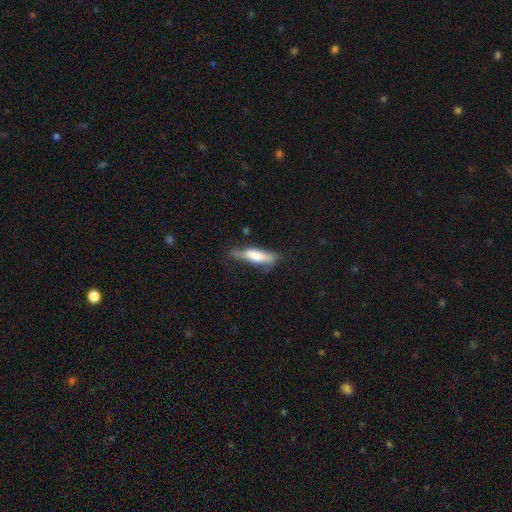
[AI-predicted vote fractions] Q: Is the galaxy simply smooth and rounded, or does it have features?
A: smooth — 61%.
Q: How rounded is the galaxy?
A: cigar-shaped — 68%.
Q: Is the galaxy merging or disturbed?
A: none — 54%.